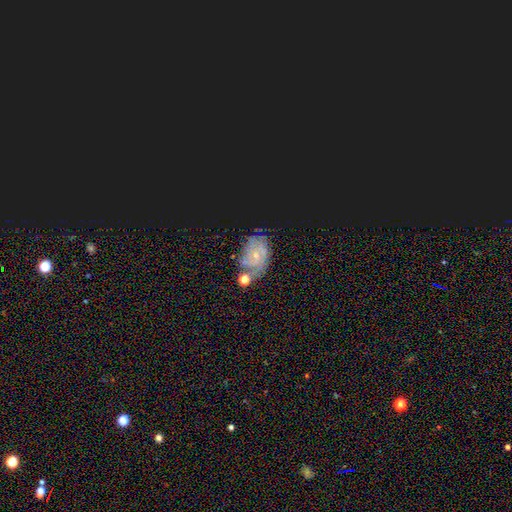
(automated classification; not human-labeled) Smooth or featured? Predicted: featured or disk (p=0.51). Edge-on disk? Predicted: no (p=0.96). Merging? Predicted: none (p=0.68).